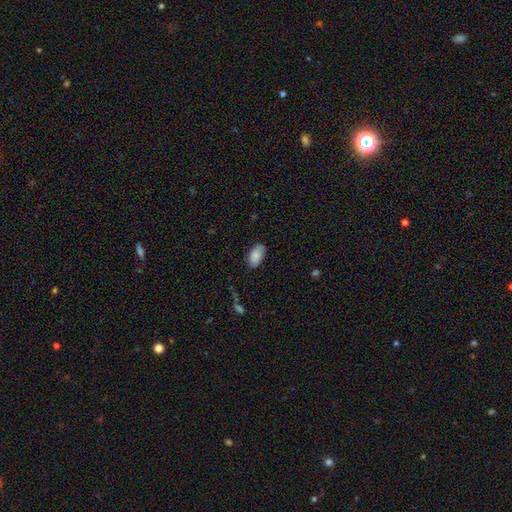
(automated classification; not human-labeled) smooth 83%, featured or disk 10%, star or artifact 7%. Down the decision tree: how rounded — in between (95%); merging — none (82%).